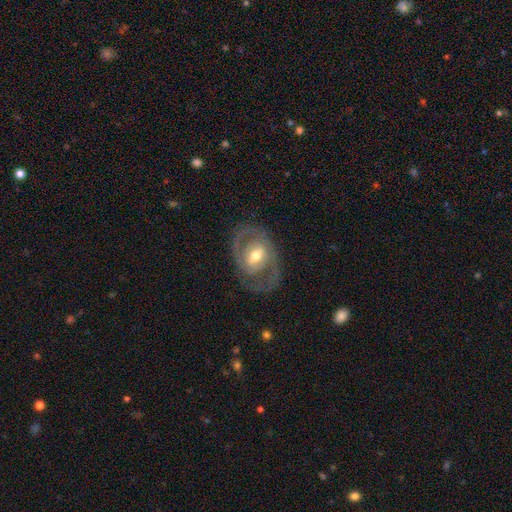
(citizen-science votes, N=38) Smooth or featured?
  - featured or disk: 79% *
  - smooth: 13%
  - star or artifact: 8%
Edge-on disk?
  - no: 97% *
  - yes: 3%
Bar?
  - weak: 41% *
  - strong: 38%
  - no: 21%
Spiral arms?
  - yes: 86% *
  - no: 14%
Spiral winding?
  - tight: 44% *
  - medium: 36%
  - loose: 20%
Spiral arm count?
  - 2: 80% *
  - 1: 20%
  - 3: 0%
  - 4: 0%
  - more than 4: 0%
  - can't tell: 0%
Bulge size?
  - moderate: 86% *
  - large: 10%
  - small: 3%
  - dominant: 0%
  - none: 0%
Merging?
  - none: 71% *
  - minor disturbance: 14%
  - major disturbance: 14%
  - merger: 0%